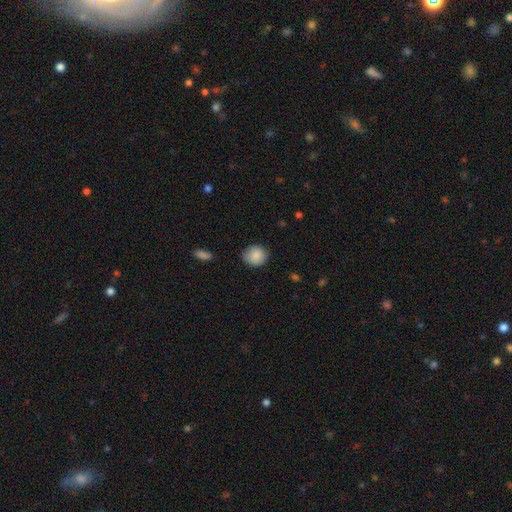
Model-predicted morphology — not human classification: smooth_or_featured: smooth (p=0.88) [alt: star or artifact p=0.07]
how_rounded: round (p=0.81) [alt: in between p=0.18]
merging: none (p=0.81) [alt: minor disturbance p=0.15]